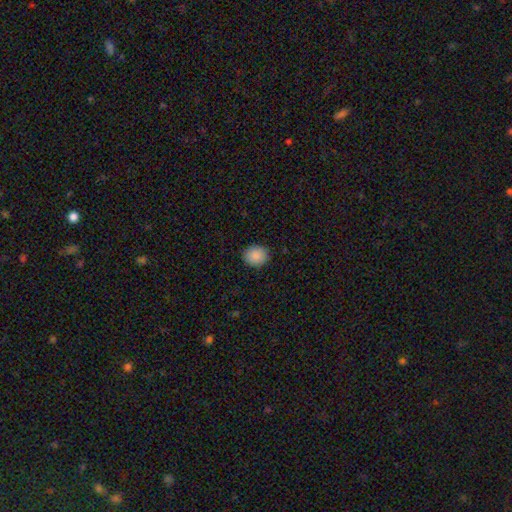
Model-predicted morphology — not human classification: This appears to be a smooth galaxy with no disk features (89%) that is round (70%). Merging: none (90%).